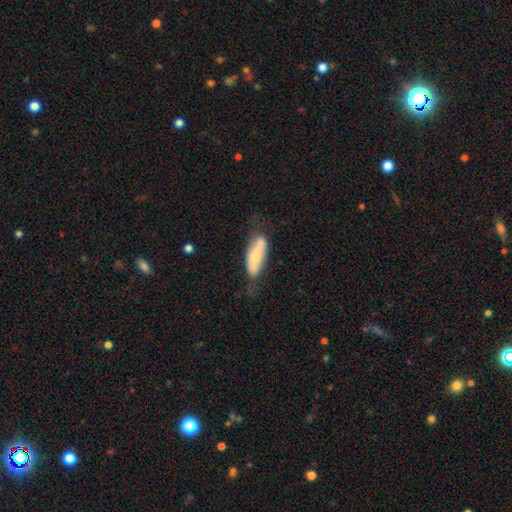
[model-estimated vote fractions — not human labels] This is possibly a smooth galaxy (55%). How rounded: likely in between (65%). Merging: possibly none (52%).